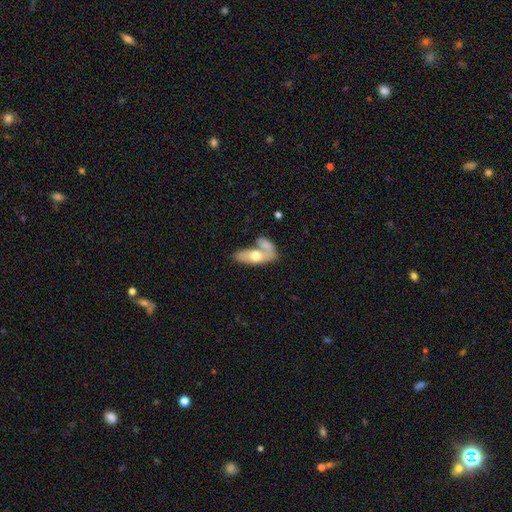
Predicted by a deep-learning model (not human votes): The model was most divided on "smooth or featured": smooth: 59%, featured or disk: 35%, star or artifact: 5%. More confident: how rounded — in between (80%); merging — merger (59%).